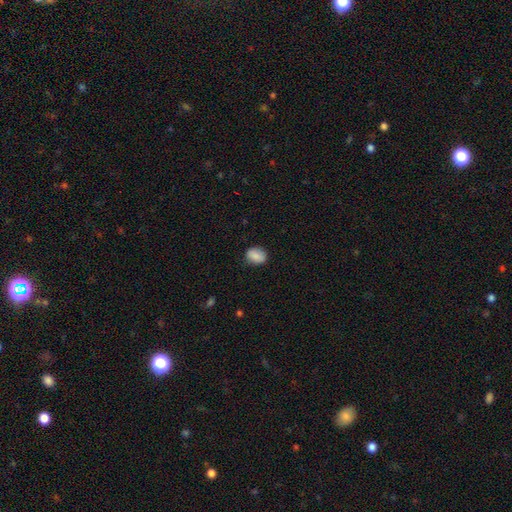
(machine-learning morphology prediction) Smooth or featured? smooth (86%)
How rounded? in between (64%)
Merging? none (81%)